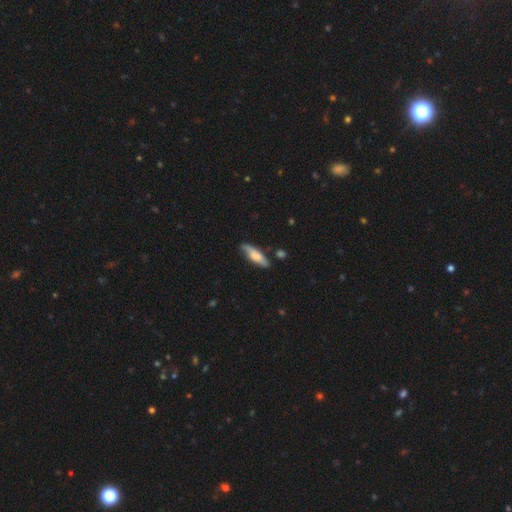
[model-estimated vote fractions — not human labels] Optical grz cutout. It shows a smooth galaxy with no disk features (64%) that is cigar-shaped (53%). Merging: none (76%).